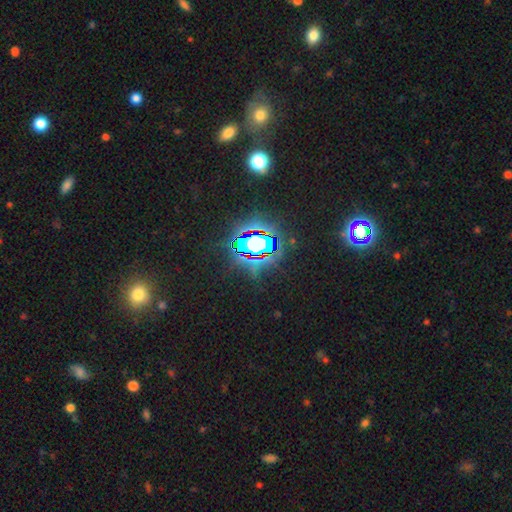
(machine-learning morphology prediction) smooth-or-featured: star or artifact: 80% | smooth: 12% | featured or disk: 7%